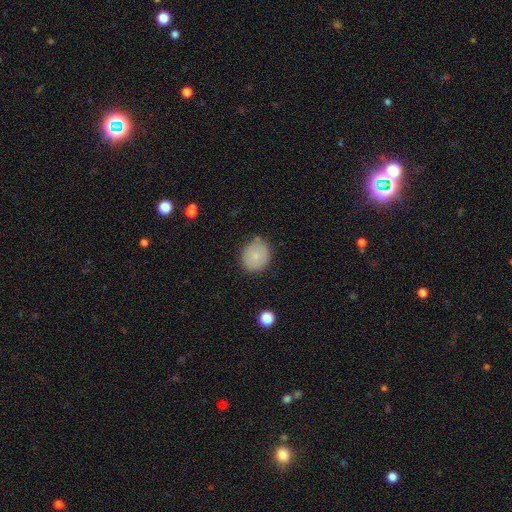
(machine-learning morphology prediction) smooth-or-featured: smooth: 79% | featured or disk: 13% | star or artifact: 8%
  how-rounded: round: 77% | in between: 22% | cigar-shaped: 1%
  merging: none: 81% | minor disturbance: 14% | major disturbance: 3% | merger: 2%